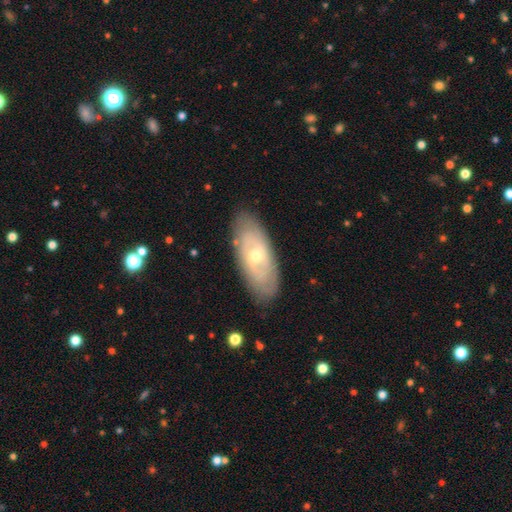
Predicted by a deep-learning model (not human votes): Smooth or featured? Predicted: featured or disk (p=0.62). Edge-on disk? Predicted: no (p=0.85). Bar? Predicted: no (p=0.59). Spiral arms? Predicted: yes (p=0.56). Bulge size? Predicted: moderate (p=0.56). Merging? Predicted: none (p=0.84).